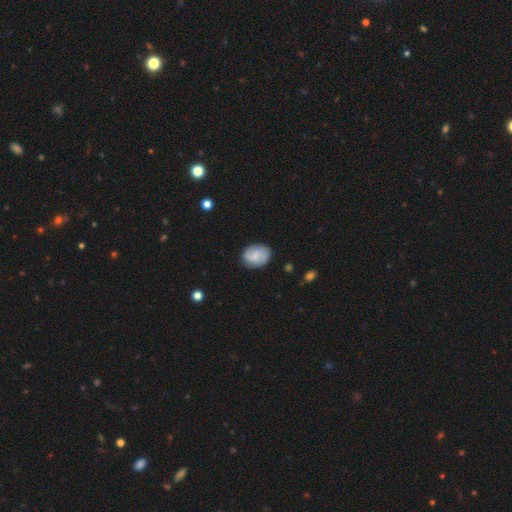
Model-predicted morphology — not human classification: A smooth galaxy with no disk features (61%) that is in between round and cigar-shaped (63%). Merging: none (79%).